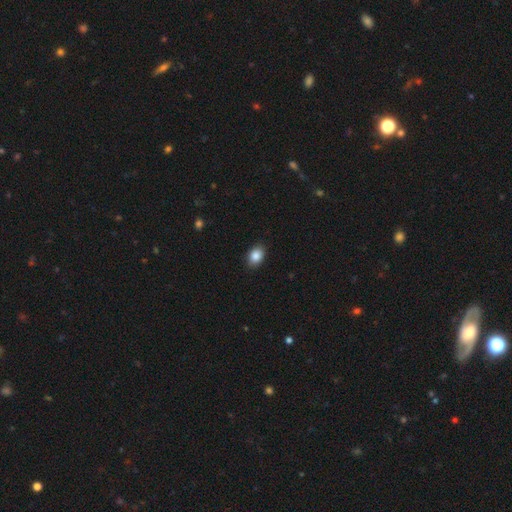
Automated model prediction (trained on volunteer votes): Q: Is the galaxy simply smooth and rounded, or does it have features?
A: smooth — 87%.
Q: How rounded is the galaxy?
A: in between — 76%.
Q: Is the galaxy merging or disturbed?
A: none — 88%.